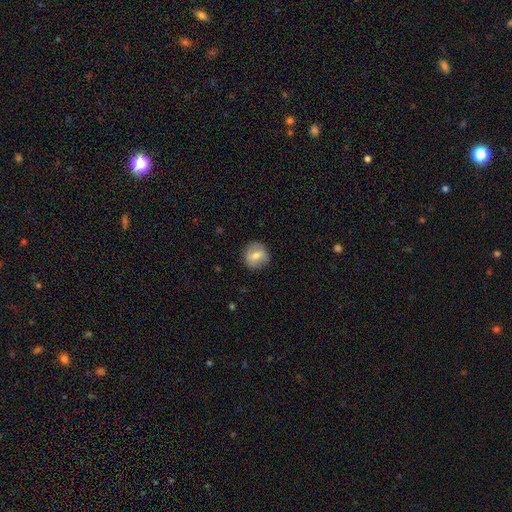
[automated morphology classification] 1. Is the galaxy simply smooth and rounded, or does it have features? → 71% smooth, 21% featured or disk, 8% star or artifact.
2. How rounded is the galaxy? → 89% round, 10% in between, 1% cigar-shaped.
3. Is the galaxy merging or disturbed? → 86% none, 10% minor disturbance, 3% major disturbance, 1% merger.